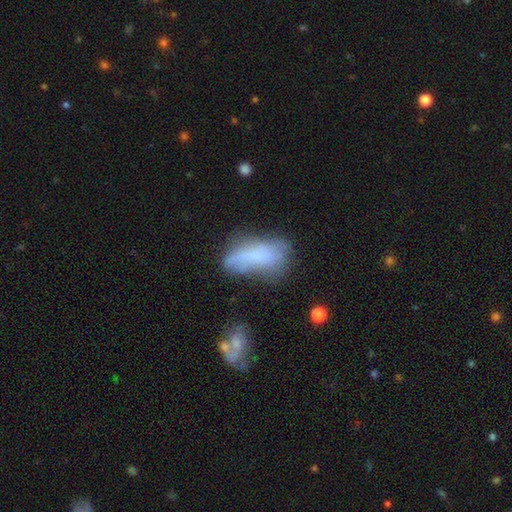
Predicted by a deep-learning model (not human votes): smooth 61%, featured or disk 28%, star or artifact 10%. Down the decision tree: how rounded — in between (78%); merging — none (37%).